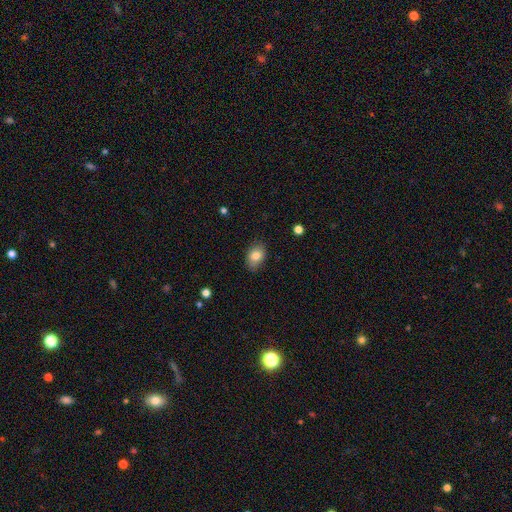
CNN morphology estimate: A smooth galaxy with no disk features (82%) that is in between round and cigar-shaped (83%).

Vote fractions:
- Smooth or featured? smooth: 82% / featured or disk: 10% / star or artifact: 8%
- How rounded? in between: 83% / round: 16% / cigar-shaped: 1%
- Merging? none: 82% / minor disturbance: 14% / major disturbance: 3% / merger: 1%